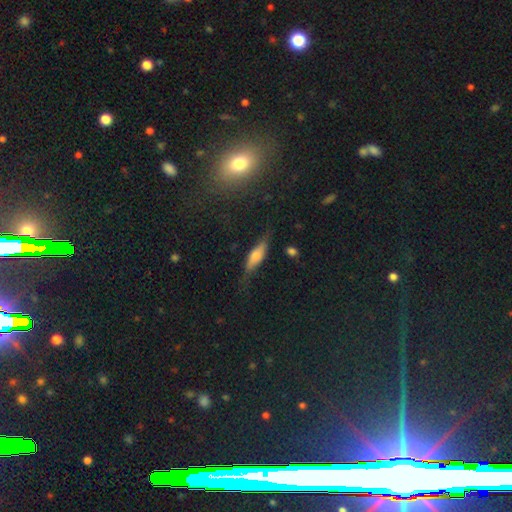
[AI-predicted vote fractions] smooth-or-featured: smooth: 46% | featured or disk: 45% | star or artifact: 9%
  merging: none: 70% | minor disturbance: 22% | major disturbance: 7% | merger: 2%